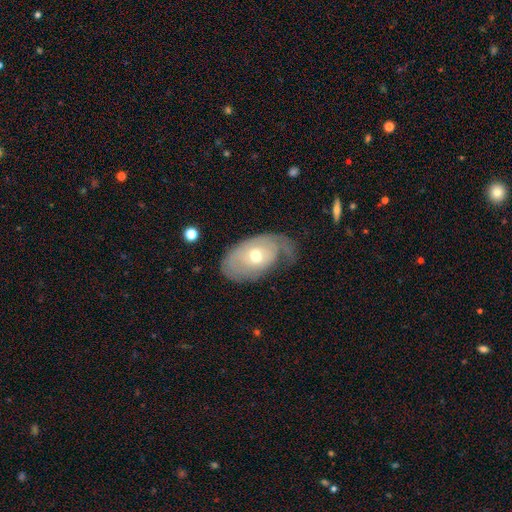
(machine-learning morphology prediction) A featured or disk galaxy (49%). Merging: none (39%).